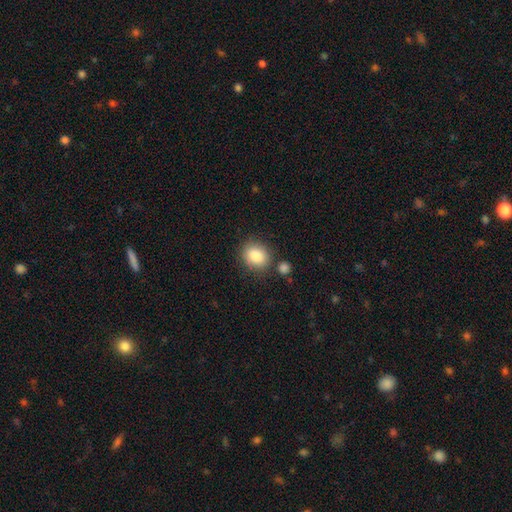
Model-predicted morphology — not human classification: smooth 86%, star or artifact 8%, featured or disk 6%. Down the decision tree: how rounded — round (64%); merging — none (77%).